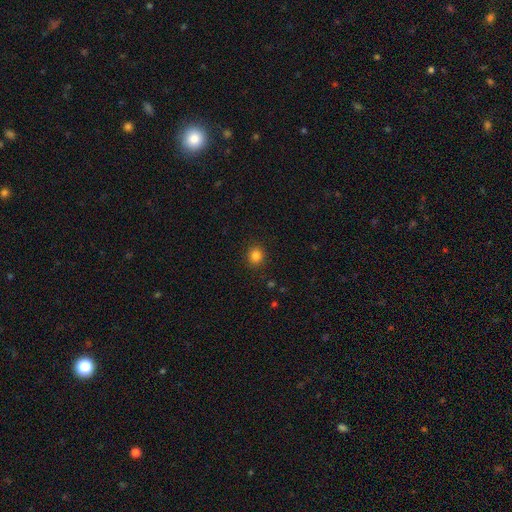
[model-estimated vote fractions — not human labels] Smooth or featured?
  - smooth: 84% *
  - star or artifact: 12%
  - featured or disk: 4%
How rounded?
  - round: 85% *
  - in between: 14%
  - cigar-shaped: 1%
Merging?
  - none: 91% *
  - minor disturbance: 6%
  - major disturbance: 2%
  - merger: 1%